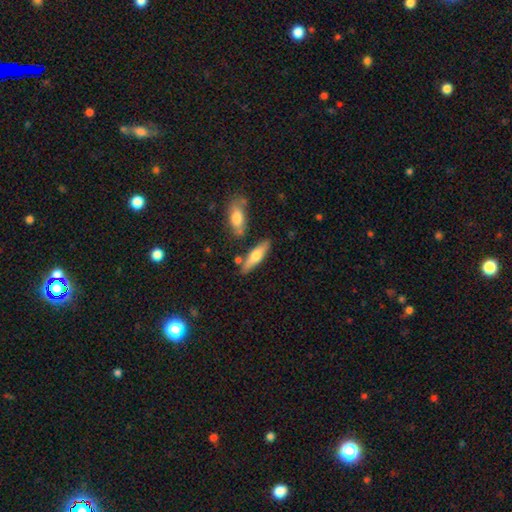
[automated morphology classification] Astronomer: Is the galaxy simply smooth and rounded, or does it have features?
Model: smooth — 61%.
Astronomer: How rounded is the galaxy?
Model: cigar-shaped — 63%.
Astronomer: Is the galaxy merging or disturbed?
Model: none — 76%.